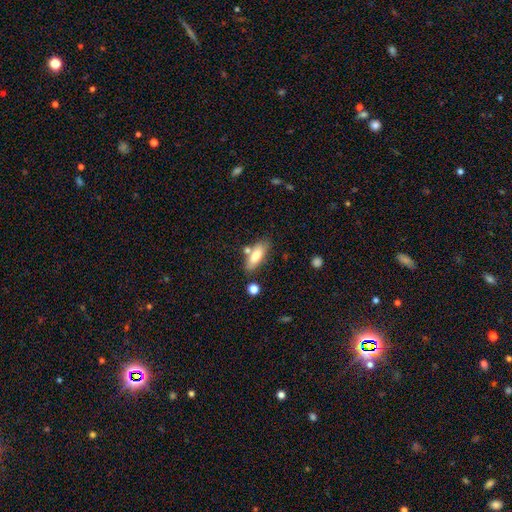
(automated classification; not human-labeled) The model was most divided on "how rounded": in between: 69%, cigar-shaped: 29%, round: 3%. More confident: smooth or featured — smooth (75%); merging — none (69%).